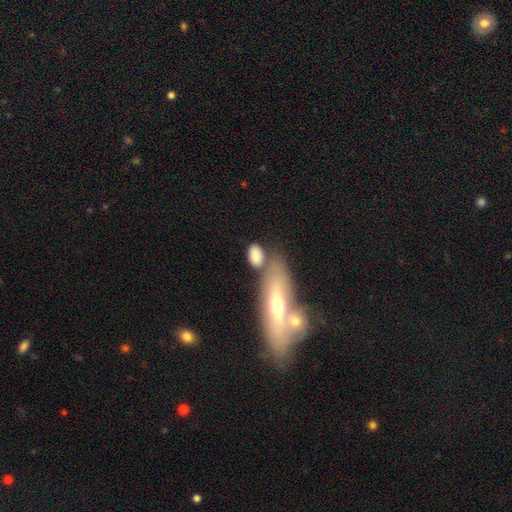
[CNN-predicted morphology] Smooth or featured?
  - smooth: 79% *
  - featured or disk: 14%
  - star or artifact: 7%
How rounded?
  - in between: 85% *
  - round: 8%
  - cigar-shaped: 7%
Merging?
  - none: 47% *
  - merger: 28%
  - minor disturbance: 16%
  - major disturbance: 9%